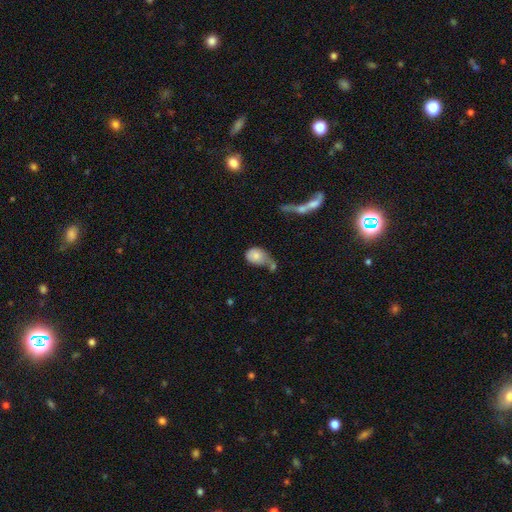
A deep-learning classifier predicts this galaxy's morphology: type=smooth (75%); roundness=in between (65%); merging=merger (35%).